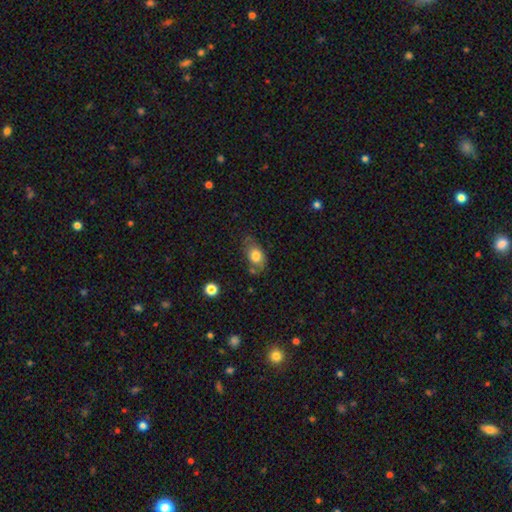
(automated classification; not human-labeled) Q: Smooth or featured?
A: smooth (75%); runner-up: featured or disk (17%)
Q: How rounded?
A: in between (81%); runner-up: round (17%)
Q: Merging?
A: none (58%); runner-up: minor disturbance (28%)